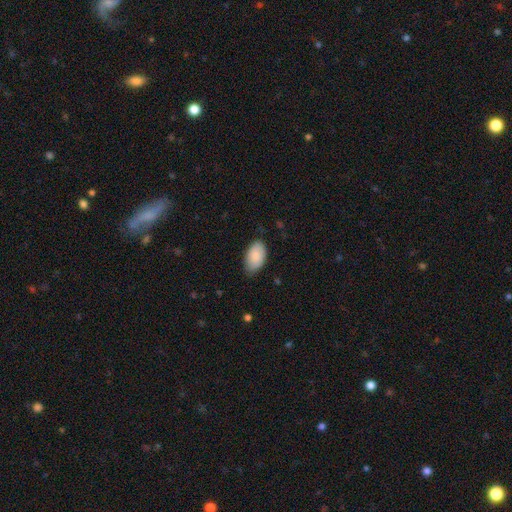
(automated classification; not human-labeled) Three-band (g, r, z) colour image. It shows a smooth galaxy with no disk features (88%) that is in between round and cigar-shaped (95%). Merging: none (74%).